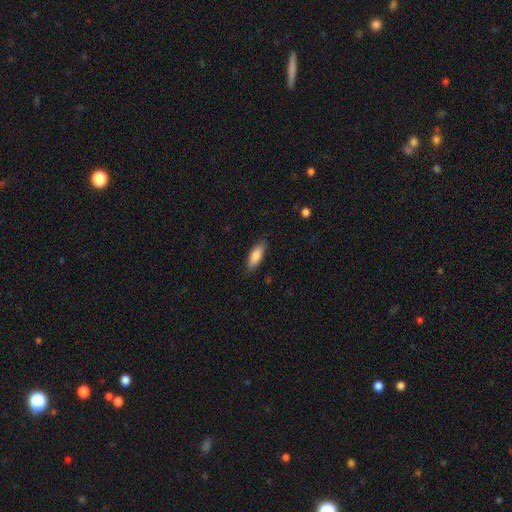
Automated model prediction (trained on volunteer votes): This appears to be a smooth galaxy with no disk features (84%) that is in between round and cigar-shaped (64%). Merging: none (84%).